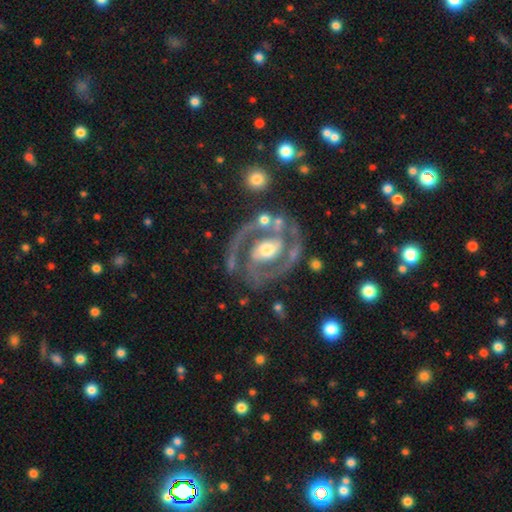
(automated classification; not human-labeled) Smooth or featured: featured or disk — 87% (smooth — 8%)
Edge-on disk: no — 97% (yes — 3%)
Bar: no — 35% (weak — 33%)
Spiral arms: yes — 88% (no — 12%)
Spiral winding: medium — 46% (tight — 44%)
Spiral arm count: 2 — 84% (can't tell — 6%)
Bulge size: moderate — 65% (small — 16%)
Merging: none — 71% (minor disturbance — 16%)